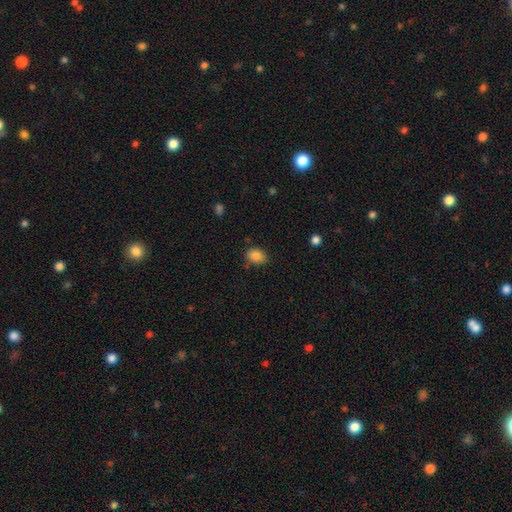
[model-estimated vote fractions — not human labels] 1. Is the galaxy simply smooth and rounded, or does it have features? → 86% smooth, 9% star or artifact, 4% featured or disk.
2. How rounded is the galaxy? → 68% in between, 31% round, 1% cigar-shaped.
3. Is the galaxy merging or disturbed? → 76% none, 17% minor disturbance, 4% major disturbance, 3% merger.